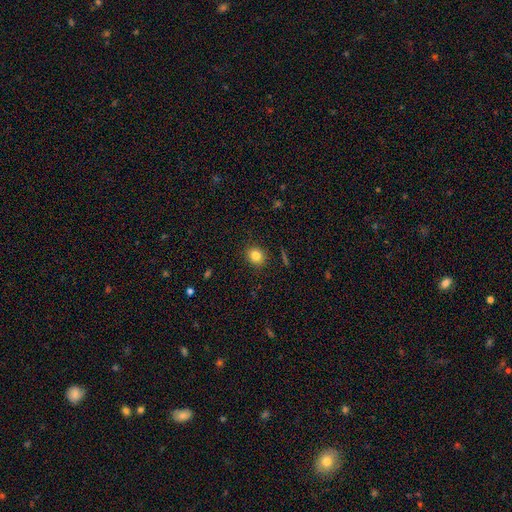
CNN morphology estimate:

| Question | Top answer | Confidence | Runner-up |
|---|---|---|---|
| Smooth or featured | smooth | 82% | star or artifact (11%) |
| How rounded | round | 75% | in between (24%) |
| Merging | none | 89% | minor disturbance (7%) |